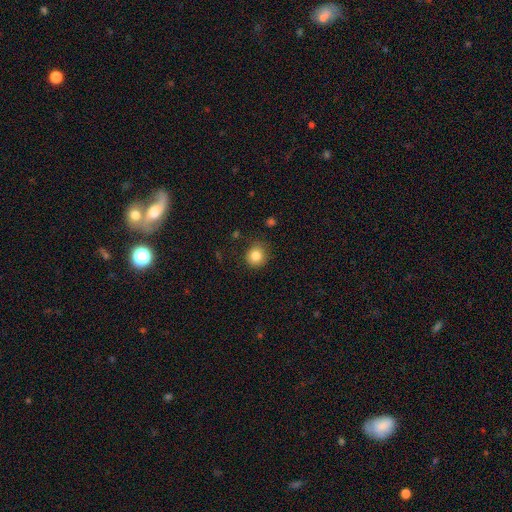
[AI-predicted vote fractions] smooth-or-featured: smooth: 84% | star or artifact: 10% | featured or disk: 6%
  how-rounded: round: 87% | in between: 12% | cigar-shaped: 1%
  merging: none: 84% | minor disturbance: 12% | major disturbance: 3% | merger: 1%